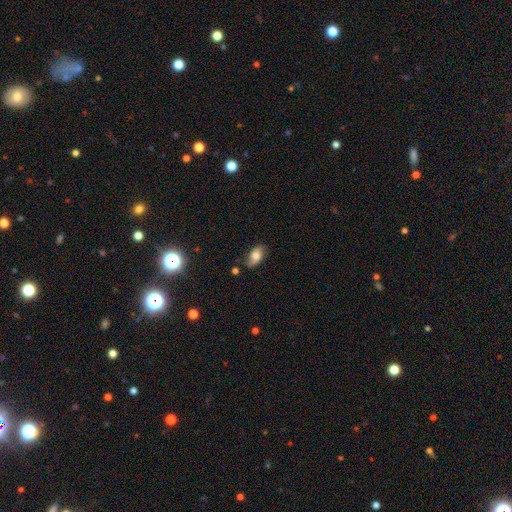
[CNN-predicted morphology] This is likely a smooth galaxy (63%). How rounded: clearly in between (90%). Merging: likely none (67%).